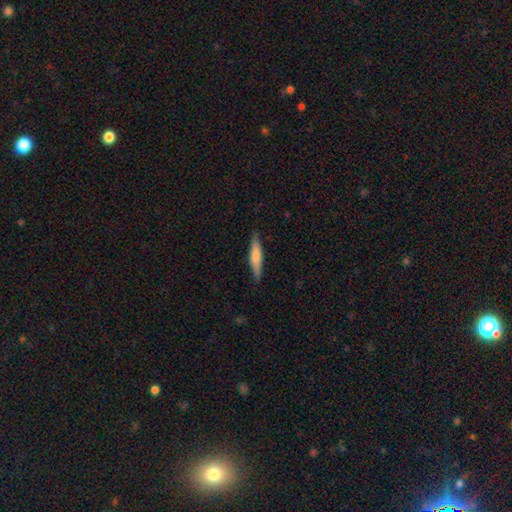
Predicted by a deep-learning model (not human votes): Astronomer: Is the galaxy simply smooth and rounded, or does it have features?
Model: smooth — 60% (runner-up: featured or disk, 35%).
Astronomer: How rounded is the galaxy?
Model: cigar-shaped — 89%.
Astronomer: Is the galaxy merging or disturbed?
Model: none — 87%.